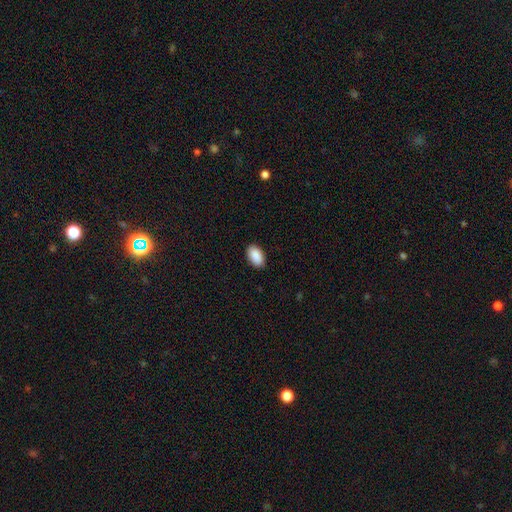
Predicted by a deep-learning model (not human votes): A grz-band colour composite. It shows a smooth galaxy with no disk features (91%) that is in between round and cigar-shaped (94%). Merging: none (88%).